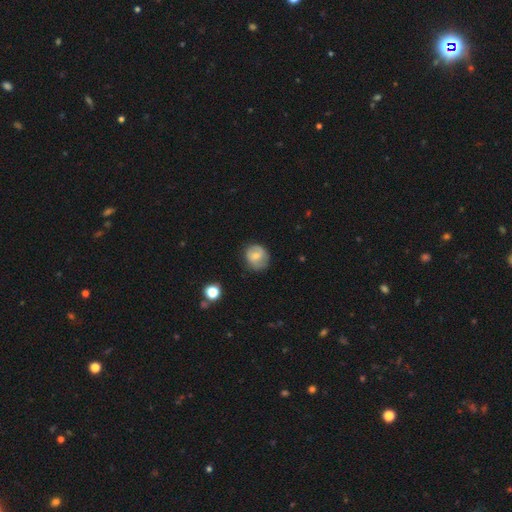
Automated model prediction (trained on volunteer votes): Morphology: type=smooth (62%); roundness=round (77%); merging=none (74%).